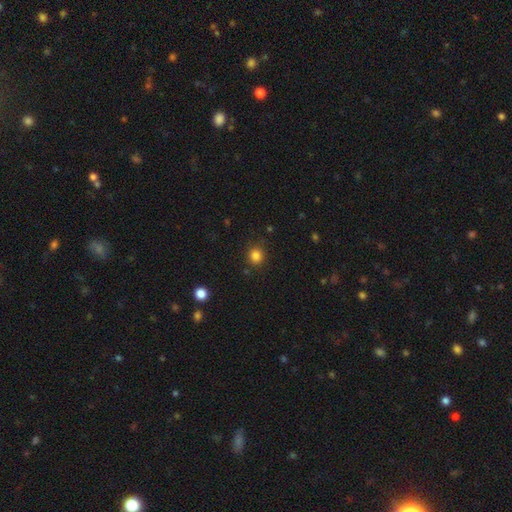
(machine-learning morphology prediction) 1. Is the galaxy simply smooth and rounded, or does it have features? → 83% smooth, 13% star or artifact, 4% featured or disk.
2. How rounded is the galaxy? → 89% round, 10% in between, 1% cigar-shaped.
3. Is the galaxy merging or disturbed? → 87% none, 8% minor disturbance, 3% major disturbance, 2% merger.